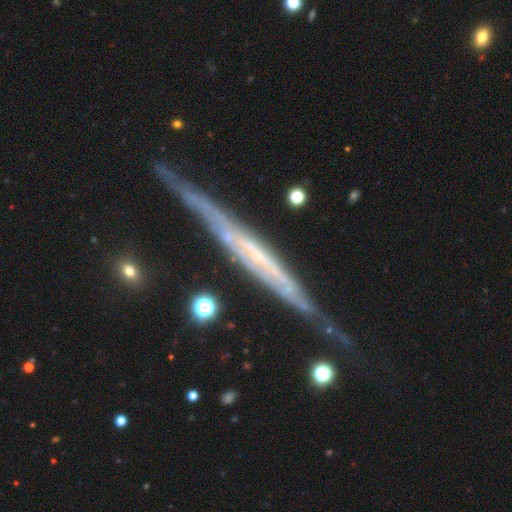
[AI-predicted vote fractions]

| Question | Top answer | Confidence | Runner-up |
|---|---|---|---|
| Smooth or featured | featured or disk | 81% | smooth (12%) |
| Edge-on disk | yes | 93% | no (7%) |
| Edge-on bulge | none | 69% | rounded (18%) |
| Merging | none | 74% | minor disturbance (19%) |